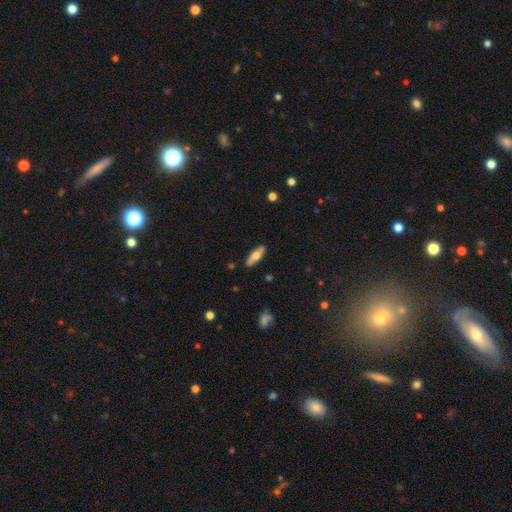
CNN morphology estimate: smooth 57%, featured or disk 37%, star or artifact 6%. Down the decision tree: how rounded — in between (52%); merging — none (87%).